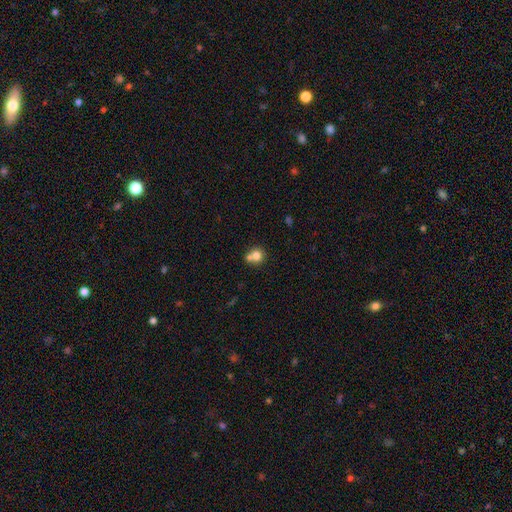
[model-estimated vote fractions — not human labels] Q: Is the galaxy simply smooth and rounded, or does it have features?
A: smooth — 77%.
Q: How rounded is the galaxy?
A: round — 86%.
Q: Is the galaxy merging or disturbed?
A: none — 46%.